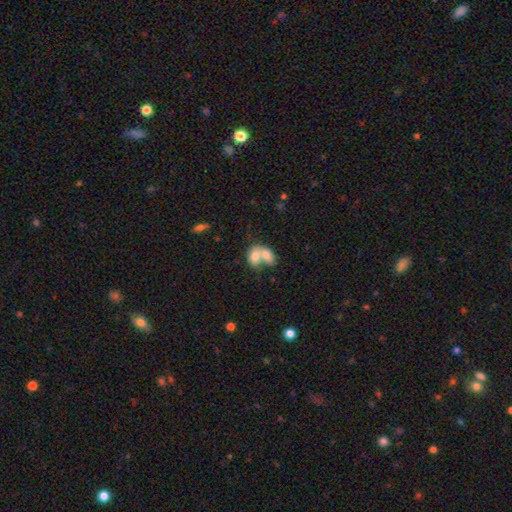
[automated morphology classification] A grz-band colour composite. It shows a smooth galaxy with no disk features (74%) that is in between round and cigar-shaped (80%). Merging: merger (78%).